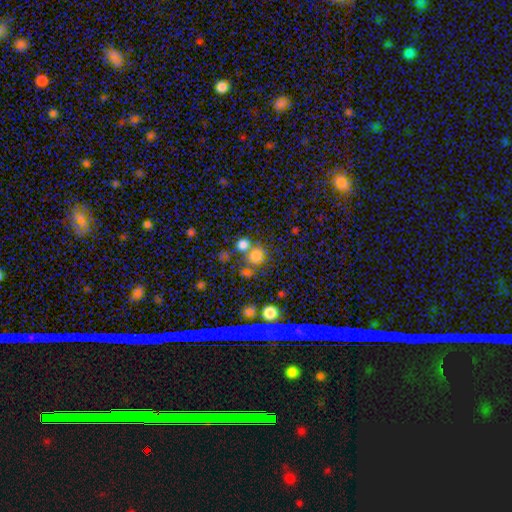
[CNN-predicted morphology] Q: Smooth or featured?
A: smooth (71%); runner-up: star or artifact (19%)
Q: How rounded?
A: round (88%); runner-up: in between (11%)
Q: Merging?
A: none (54%); runner-up: merger (31%)